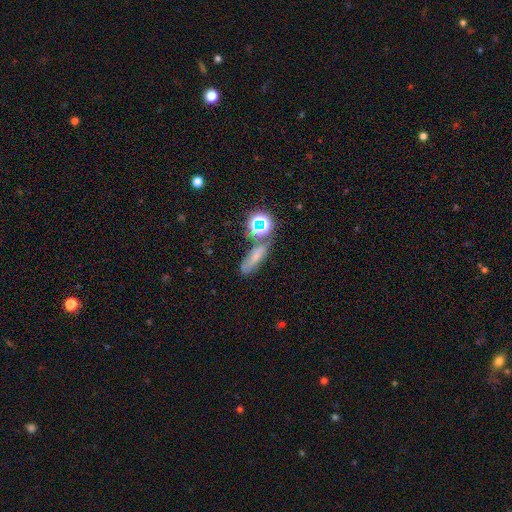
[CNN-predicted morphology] Smooth or featured?
  - smooth: 54% *
  - star or artifact: 27%
  - featured or disk: 19%
How rounded?
  - in between: 47% *
  - cigar-shaped: 37%
  - round: 16%
Merging?
  - none: 56% *
  - minor disturbance: 18%
  - merger: 17%
  - major disturbance: 9%